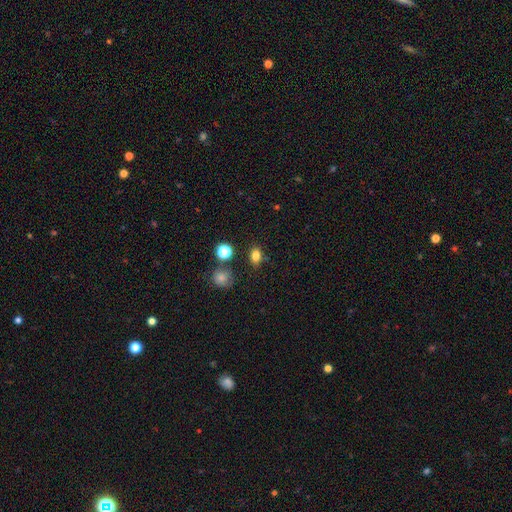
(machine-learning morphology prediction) A smooth galaxy with no disk features (80%) that is in between round and cigar-shaped (68%).

Vote fractions:
- Smooth or featured? smooth: 80% / star or artifact: 14% / featured or disk: 6%
- How rounded? in between: 68% / round: 30% / cigar-shaped: 2%
- Merging? none: 79% / minor disturbance: 12% / merger: 5% / major disturbance: 3%